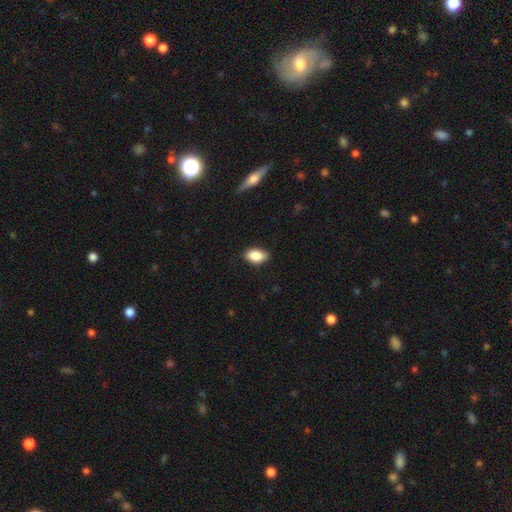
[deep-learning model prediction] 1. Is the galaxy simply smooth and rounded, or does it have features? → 86% smooth, 7% star or artifact, 7% featured or disk.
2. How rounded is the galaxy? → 90% in between, 8% round, 2% cigar-shaped.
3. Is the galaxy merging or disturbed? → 78% none, 18% minor disturbance, 3% major disturbance, 1% merger.